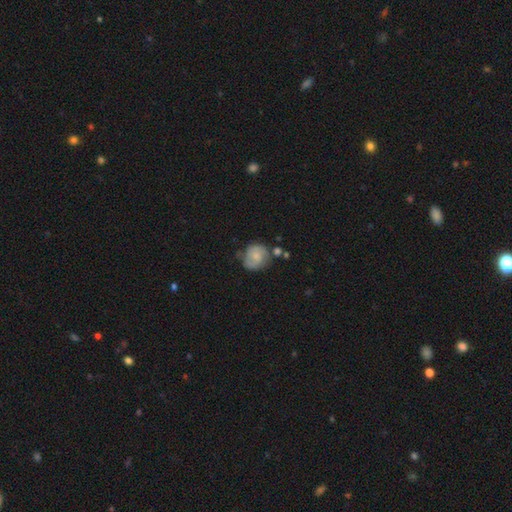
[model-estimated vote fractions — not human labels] Smooth or featured? Predicted: smooth (p=0.60). How rounded? Predicted: round (p=0.76). Merging? Predicted: none (p=0.55).